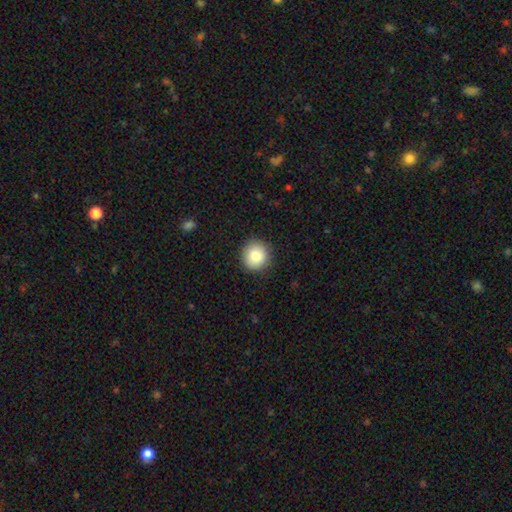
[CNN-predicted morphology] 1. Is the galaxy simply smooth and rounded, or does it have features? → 84% smooth, 9% star or artifact, 8% featured or disk.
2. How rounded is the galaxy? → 91% round, 8% in between, 1% cigar-shaped.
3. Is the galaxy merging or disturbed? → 90% none, 7% minor disturbance, 2% major disturbance, 1% merger.